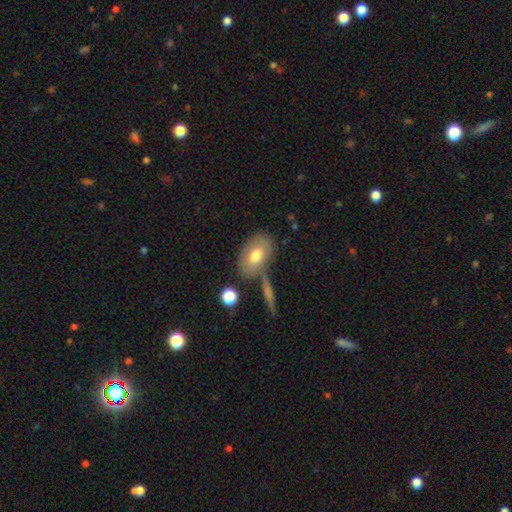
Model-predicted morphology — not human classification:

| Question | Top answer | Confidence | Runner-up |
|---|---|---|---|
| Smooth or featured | smooth | 66% | featured or disk (27%) |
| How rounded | in between | 85% | round (13%) |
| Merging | none | 60% | minor disturbance (17%) |